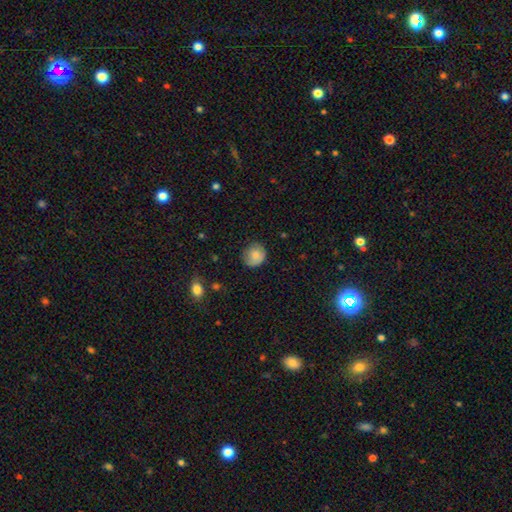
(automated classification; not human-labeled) A smooth galaxy with no disk features (80%) that is round (80%).

Vote fractions:
- Smooth or featured? smooth: 80% / featured or disk: 12% / star or artifact: 9%
- How rounded? round: 80% / in between: 20% / cigar-shaped: 1%
- Merging? none: 70% / minor disturbance: 23% / major disturbance: 5% / merger: 1%